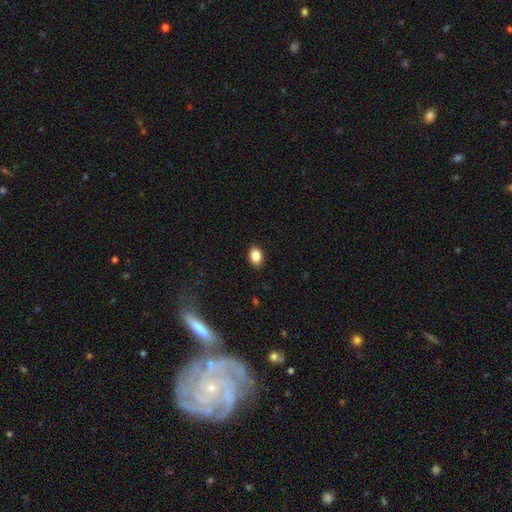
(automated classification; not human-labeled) A smooth galaxy with no disk features (87%) that is in between round and cigar-shaped (77%).

Vote fractions:
- Smooth or featured? smooth: 87% / star or artifact: 9% / featured or disk: 4%
- How rounded? in between: 77% / round: 22% / cigar-shaped: 1%
- Merging? none: 89% / minor disturbance: 8% / major disturbance: 2% / merger: 1%